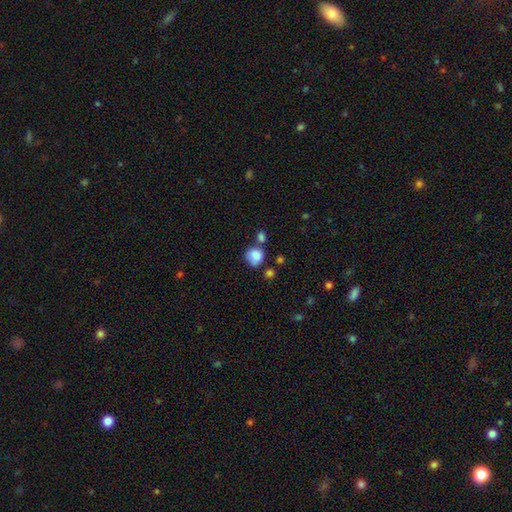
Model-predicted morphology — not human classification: smooth 84%, star or artifact 9%, featured or disk 7%. Down the decision tree: how rounded — round (80%); merging — none (51%).